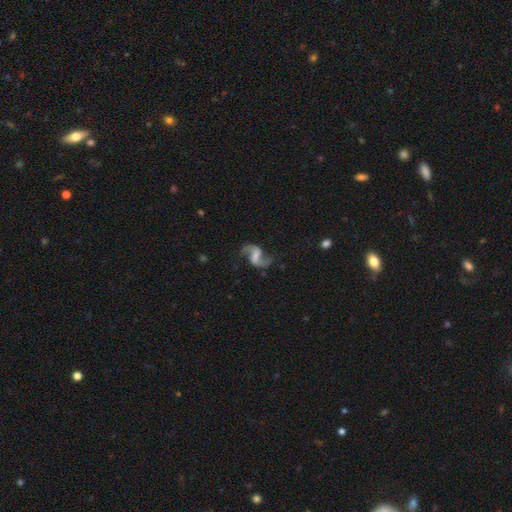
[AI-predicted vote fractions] This is clearly a featured or disk galaxy (88%). It is clearly not viewed edge-on (98%). Bar: possibly weak (48%). Spiral arm pattern: clearly yes (96%). Spiral arm count: clearly 2 (93%). Spiral winding: likely loose (72%). Central bulge: marginally none (43%). Merging: likely none (74%).